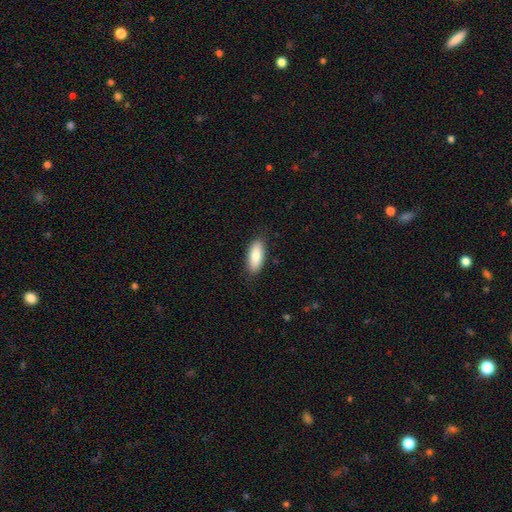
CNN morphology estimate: This is clearly a smooth galaxy (83%). How rounded: likely in between (79%). Merging: clearly none (85%).